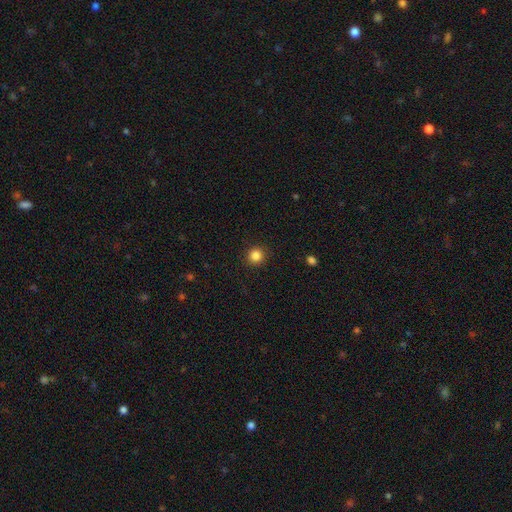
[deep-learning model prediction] smooth_or_featured: smooth (p=0.85) [alt: star or artifact p=0.12]
how_rounded: round (p=0.94) [alt: in between p=0.05]
merging: none (p=0.91) [alt: minor disturbance p=0.06]